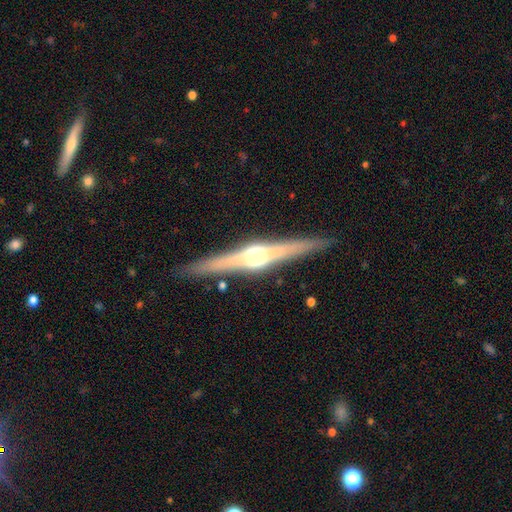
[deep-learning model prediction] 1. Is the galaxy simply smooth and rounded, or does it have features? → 80% featured or disk, 15% smooth, 5% star or artifact.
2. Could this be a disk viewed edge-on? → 98% yes, 2% no.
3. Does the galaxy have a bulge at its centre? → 92% rounded, 6% boxy, 2% none.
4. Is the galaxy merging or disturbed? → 89% none, 8% minor disturbance, 2% major disturbance, 1% merger.